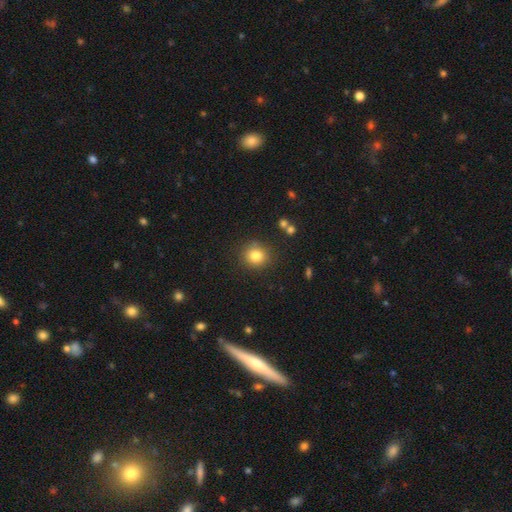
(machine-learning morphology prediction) This is clearly a smooth galaxy (82%). How rounded: clearly round (89%). Merging: clearly none (85%).